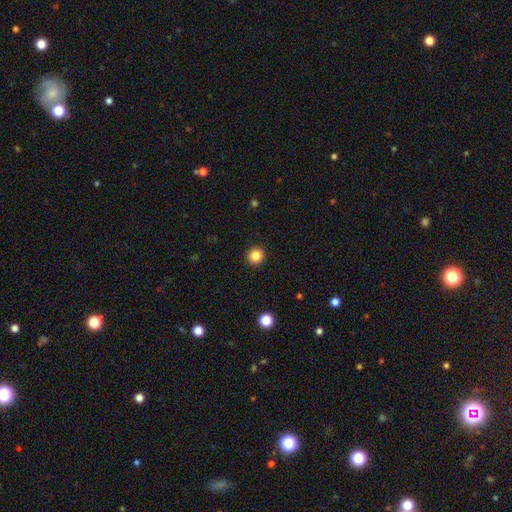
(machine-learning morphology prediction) A smooth galaxy with no disk features (85%) that is round (94%).

Vote fractions:
- Smooth or featured? smooth: 85% / star or artifact: 11% / featured or disk: 4%
- How rounded? round: 94% / in between: 5% / cigar-shaped: 1%
- Merging? none: 93% / minor disturbance: 5% / major disturbance: 2% / merger: 1%